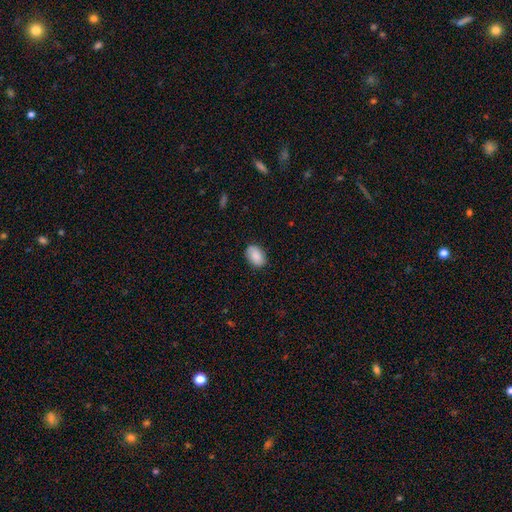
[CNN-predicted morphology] smooth 87%, star or artifact 7%, featured or disk 6%. Down the decision tree: how rounded — in between (88%); merging — none (85%).